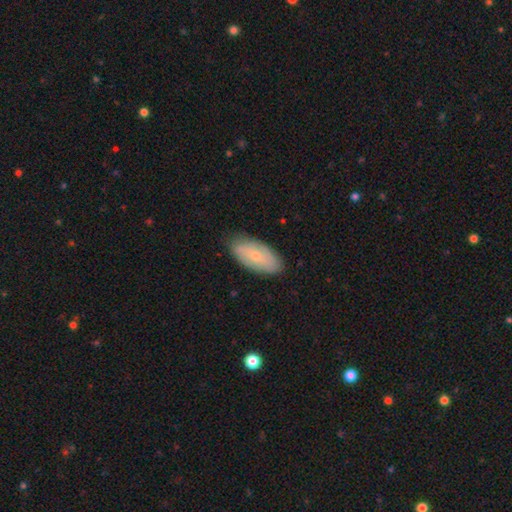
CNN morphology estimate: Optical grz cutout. It shows a smooth galaxy with no disk features (59%) that is in between round and cigar-shaped (91%). Merging: none (82%).